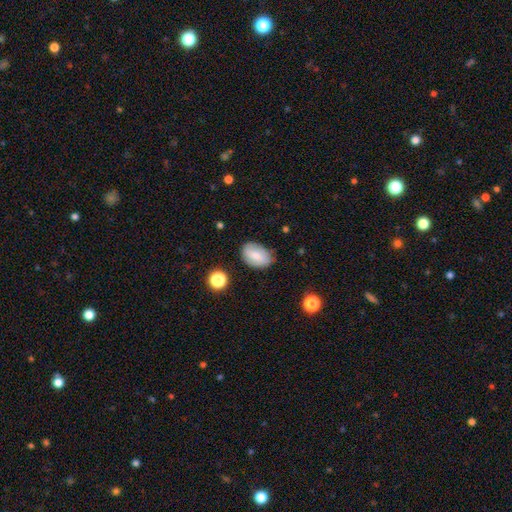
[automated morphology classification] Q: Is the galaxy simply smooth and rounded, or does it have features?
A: smooth — 71%.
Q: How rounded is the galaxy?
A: in between — 85%.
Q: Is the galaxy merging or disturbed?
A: none — 72%.